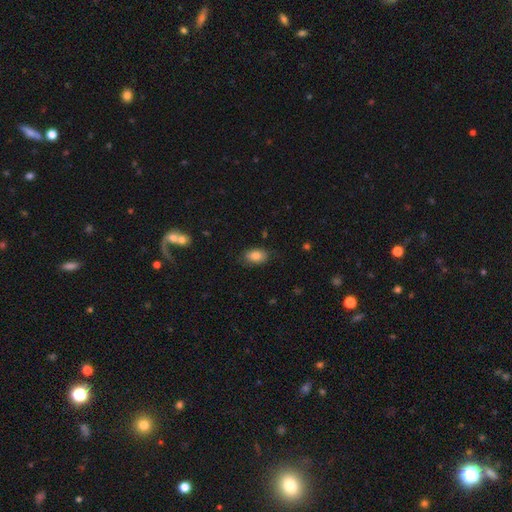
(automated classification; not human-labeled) Smooth or featured: smooth — 85% (star or artifact — 8%)
How rounded: in between — 88% (round — 10%)
Merging: none — 79% (minor disturbance — 16%)